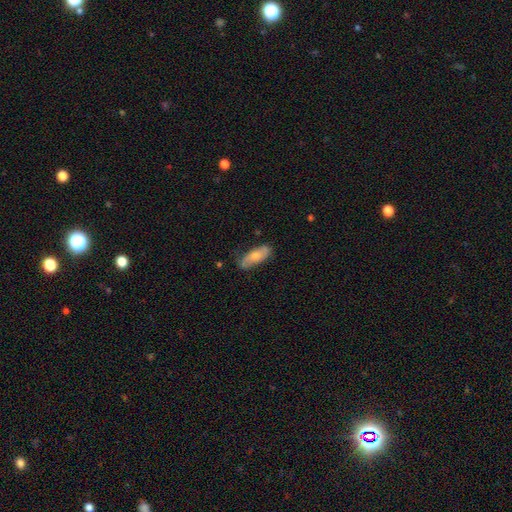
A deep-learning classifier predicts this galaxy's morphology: This is likely a smooth galaxy (60%). How rounded: likely in between (73%). Merging: likely none (68%).